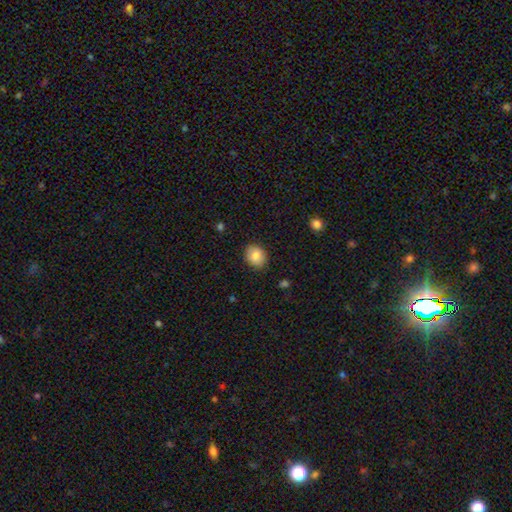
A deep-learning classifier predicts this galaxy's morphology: Smooth or featured? Predicted: smooth (p=0.84). How rounded? Predicted: round (p=0.59). Merging? Predicted: none (p=0.87).